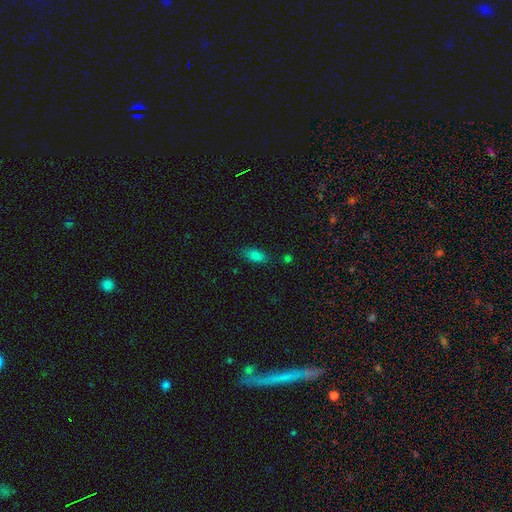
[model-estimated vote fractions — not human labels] Smooth or featured? Predicted: smooth (p=0.83). How rounded? Predicted: in between (p=0.84). Merging? Predicted: none (p=0.75).